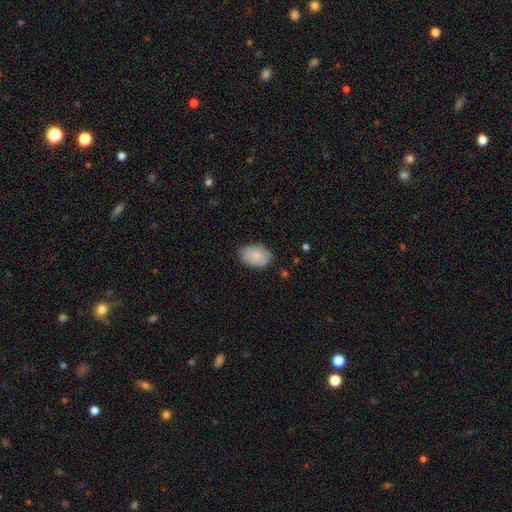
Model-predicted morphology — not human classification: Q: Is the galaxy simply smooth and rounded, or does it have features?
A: smooth — 83%.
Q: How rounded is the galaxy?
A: in between — 88%.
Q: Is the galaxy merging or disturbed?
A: none — 82%.